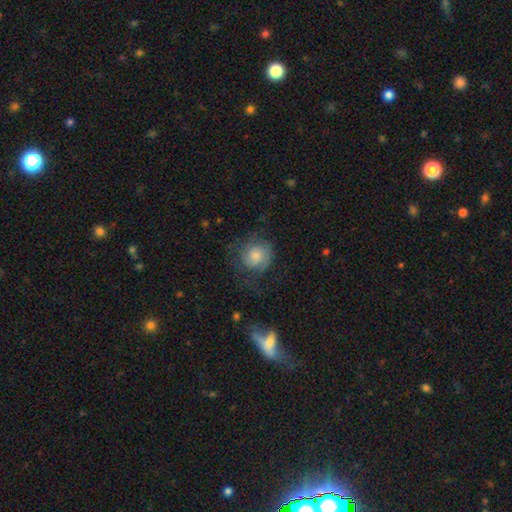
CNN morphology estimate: Smooth or featured? smooth (49%)
Merging? none (60%)